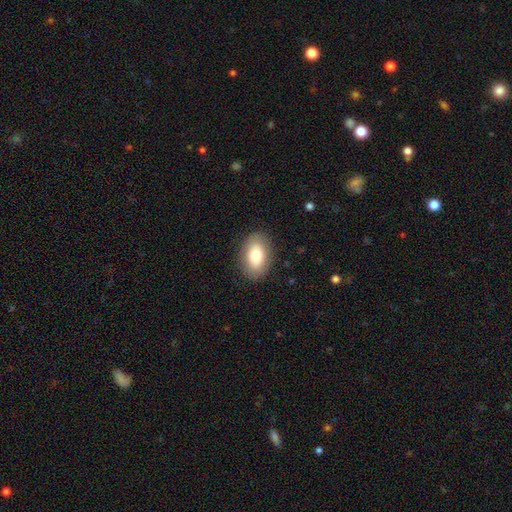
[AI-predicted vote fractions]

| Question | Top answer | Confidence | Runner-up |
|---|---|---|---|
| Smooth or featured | smooth | 80% | featured or disk (13%) |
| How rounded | in between | 90% | round (9%) |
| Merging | none | 87% | minor disturbance (9%) |